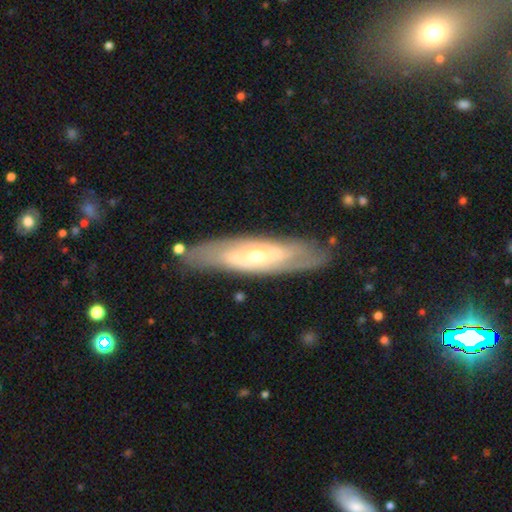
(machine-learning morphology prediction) type=featured or disk (69%); edge-on=no (69%); merging=none (81%).